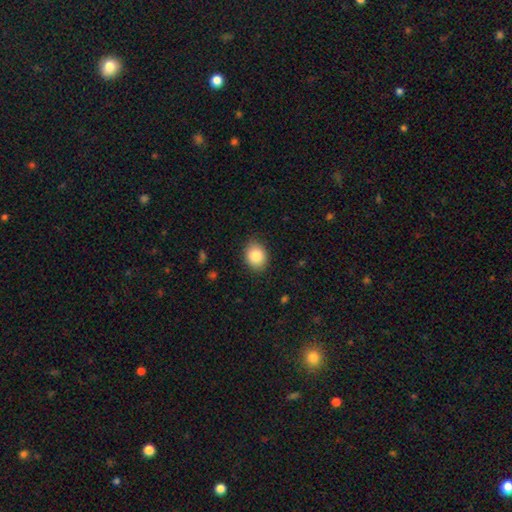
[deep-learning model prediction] Smooth or featured: smooth — 85% (star or artifact — 8%)
How rounded: in between — 55% (round — 45%)
Merging: none — 86% (minor disturbance — 11%)